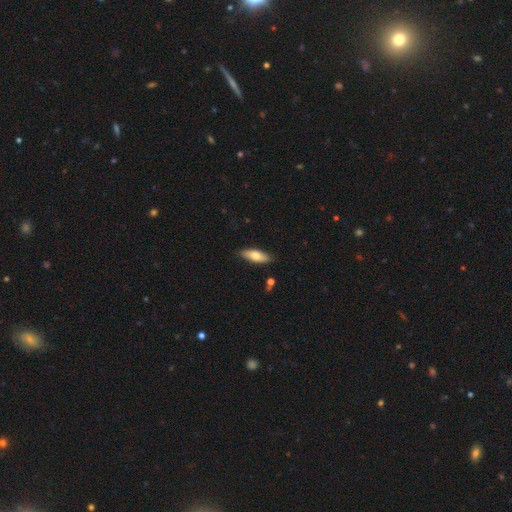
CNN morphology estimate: Q: Smooth or featured?
A: smooth (74%); runner-up: featured or disk (20%)
Q: How rounded?
A: in between (65%); runner-up: cigar-shaped (33%)
Q: Merging?
A: none (85%); runner-up: minor disturbance (12%)